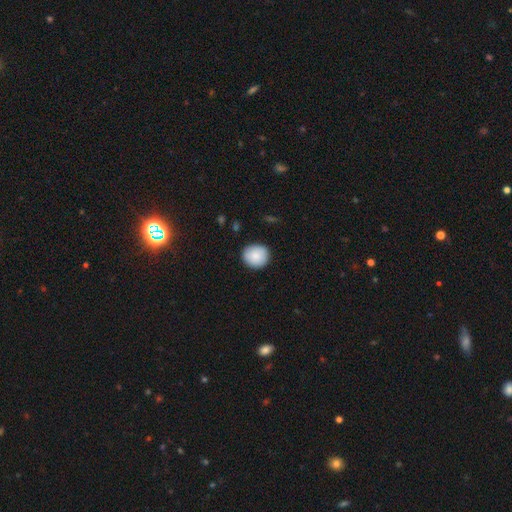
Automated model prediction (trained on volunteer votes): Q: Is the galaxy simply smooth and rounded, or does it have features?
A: smooth — 88%.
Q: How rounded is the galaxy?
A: round — 85%.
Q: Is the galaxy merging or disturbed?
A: none — 89%.